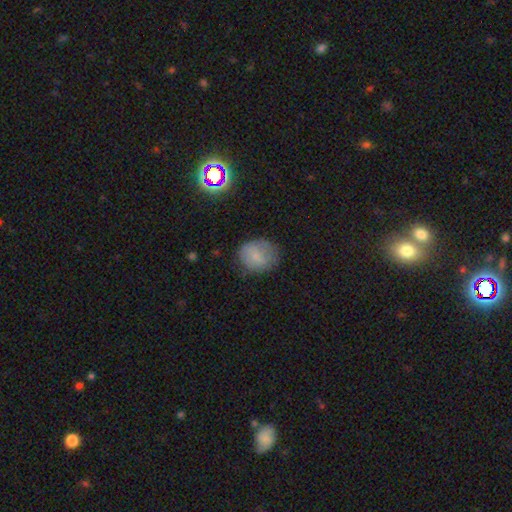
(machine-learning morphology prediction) A smooth galaxy with no disk features (72%) that is round (69%). Merging: none (67%).